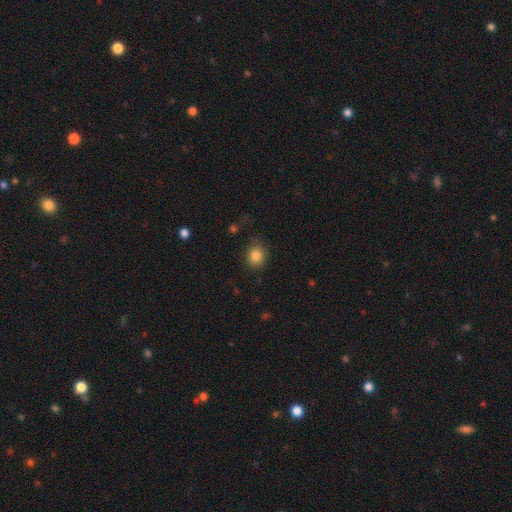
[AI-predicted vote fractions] Smooth or featured? smooth (84%)
How rounded? round (73%)
Merging? none (81%)